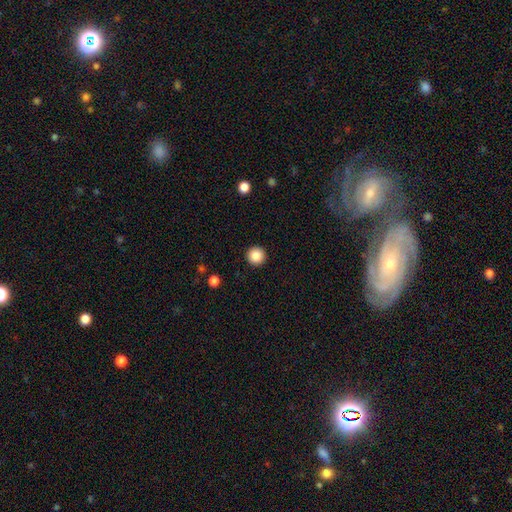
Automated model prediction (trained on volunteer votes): The model was most divided on "smooth or featured": smooth: 86%, star or artifact: 9%, featured or disk: 4%. More confident: how rounded — round (96%); merging — none (93%).